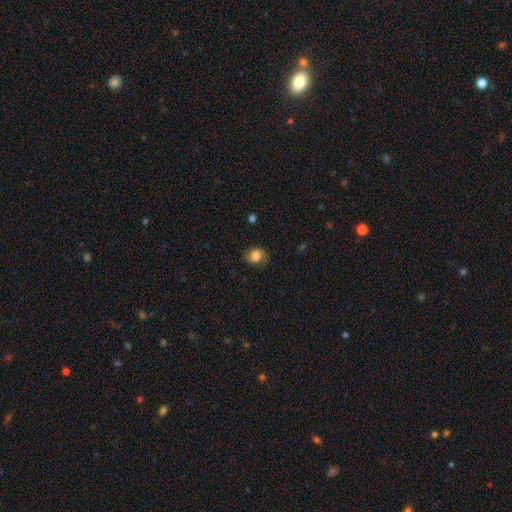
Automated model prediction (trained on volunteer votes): This appears to be a smooth galaxy with no disk features (81%) that is round (56%). Merging: none (74%).